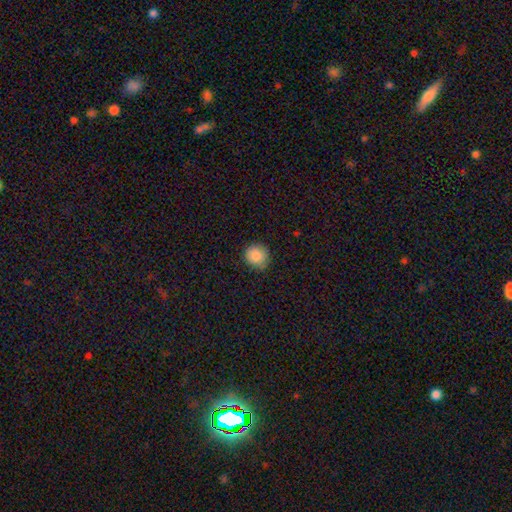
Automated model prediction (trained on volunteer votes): This appears to be a smooth galaxy with no disk features (87%) that is round (92%). Merging: none (83%).